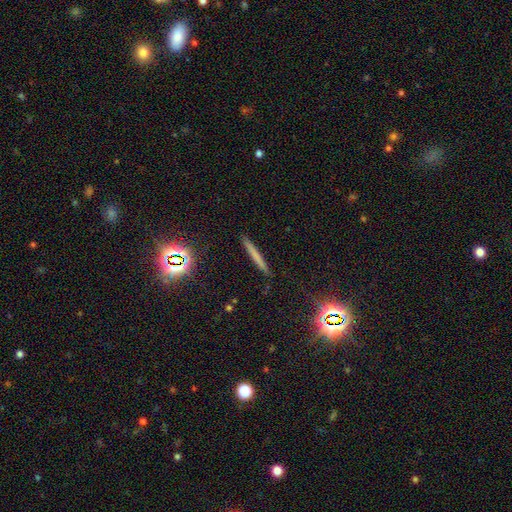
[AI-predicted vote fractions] Smooth or featured? smooth (57%)
How rounded? cigar-shaped (95%)
Merging? none (89%)